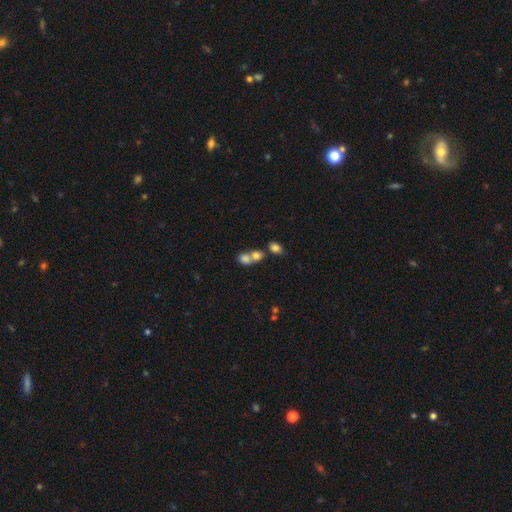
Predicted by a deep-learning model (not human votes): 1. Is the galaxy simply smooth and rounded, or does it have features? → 75% smooth, 13% featured or disk, 11% star or artifact.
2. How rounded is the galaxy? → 51% in between, 47% round, 2% cigar-shaped.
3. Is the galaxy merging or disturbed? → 66% merger, 24% none, 6% minor disturbance, 4% major disturbance.